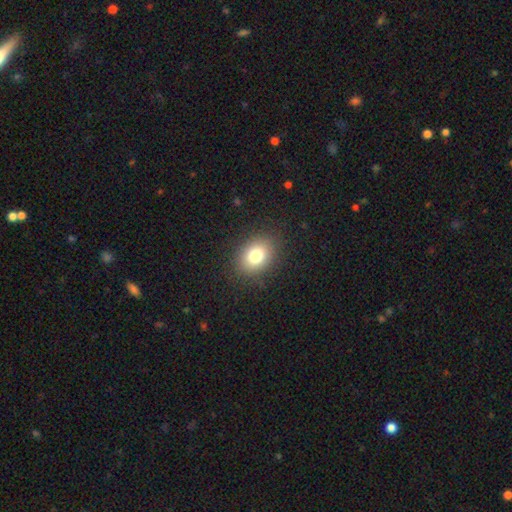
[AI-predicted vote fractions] Smooth or featured? Predicted: smooth (p=0.79). How rounded? Predicted: in between (p=0.60). Merging? Predicted: none (p=0.87).